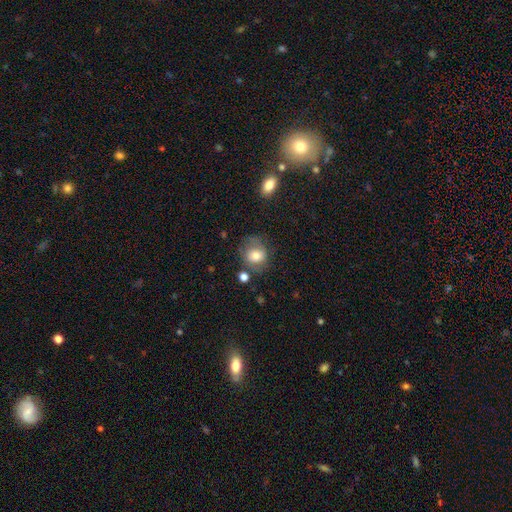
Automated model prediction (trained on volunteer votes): Morphology: type=smooth (71%); roundness=round (69%); merging=none (59%).